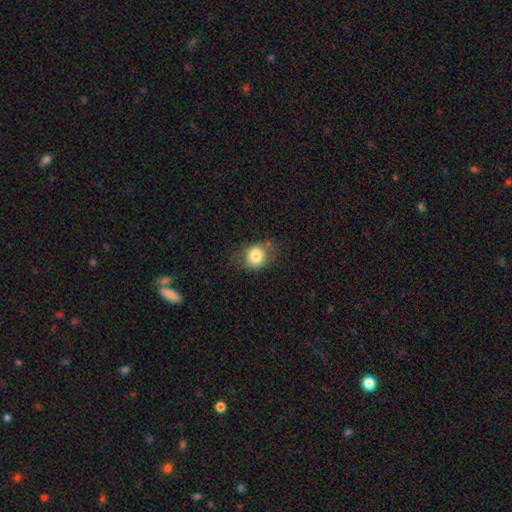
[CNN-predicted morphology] Smooth or featured: smooth — 79% (featured or disk — 11%)
How rounded: round — 66% (in between — 33%)
Merging: none — 69% (minor disturbance — 21%)